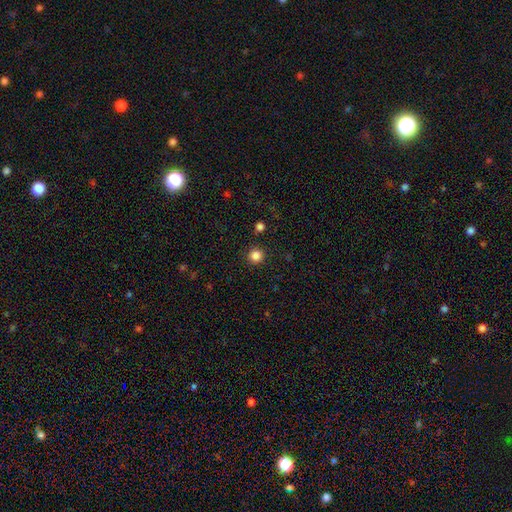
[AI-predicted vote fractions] Q: Smooth or featured?
A: smooth (84%); runner-up: star or artifact (12%)
Q: How rounded?
A: round (94%); runner-up: in between (5%)
Q: Merging?
A: none (91%); runner-up: minor disturbance (5%)